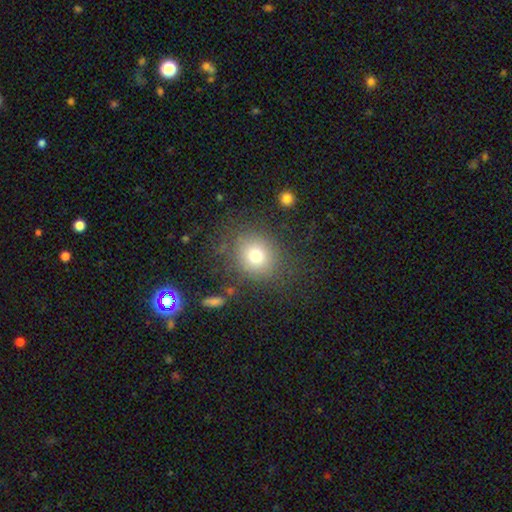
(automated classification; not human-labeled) smooth_or_featured: smooth (p=0.74) [alt: star or artifact p=0.14]
how_rounded: round (p=0.78) [alt: in between p=0.21]
merging: none (p=0.81) [alt: minor disturbance p=0.11]